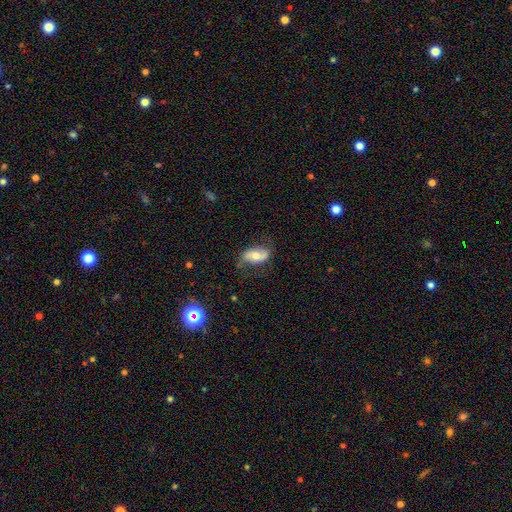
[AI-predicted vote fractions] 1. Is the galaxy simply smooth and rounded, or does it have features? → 49% featured or disk, 43% smooth, 8% star or artifact.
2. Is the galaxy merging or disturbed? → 68% none, 22% minor disturbance, 8% major disturbance, 2% merger.